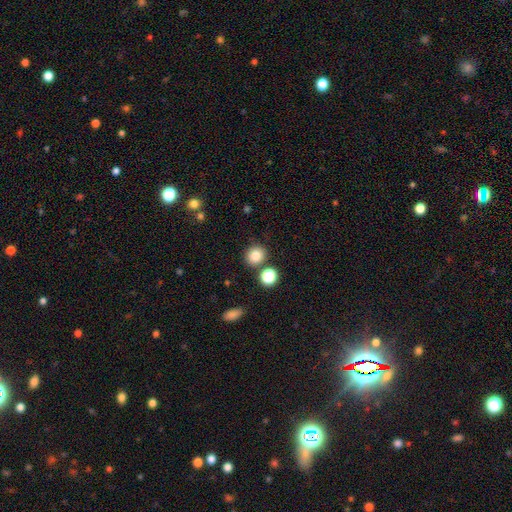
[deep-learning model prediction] Smooth or featured: smooth — 82% (star or artifact — 12%)
How rounded: round — 86% (in between — 13%)
Merging: none — 81% (merger — 9%)